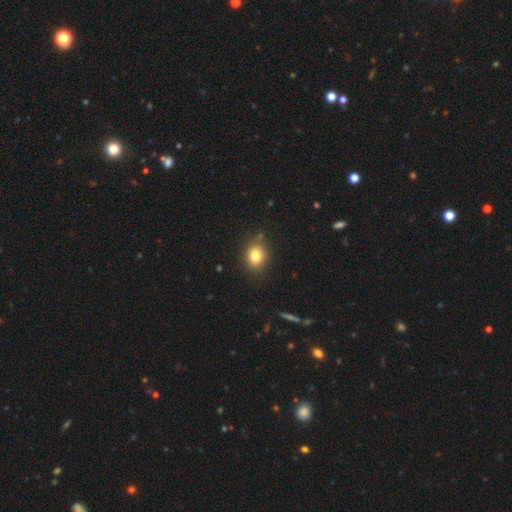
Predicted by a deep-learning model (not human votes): This appears to be a smooth galaxy with no disk features (81%) that is round (53%). Merging: none (83%).